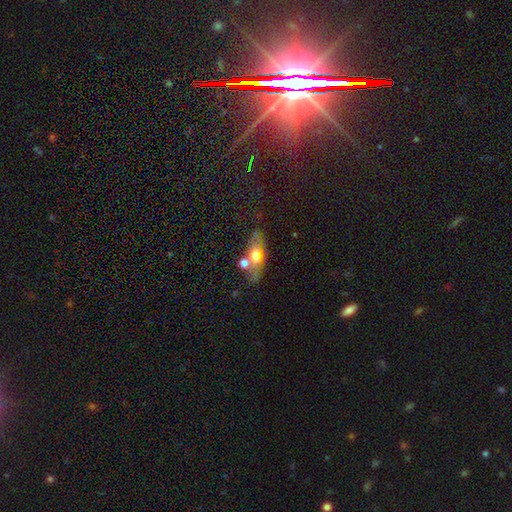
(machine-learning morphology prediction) smooth-or-featured: smooth: 45% | featured or disk: 42% | star or artifact: 13%
  merging: none: 58% | minor disturbance: 17% | merger: 17% | major disturbance: 8%